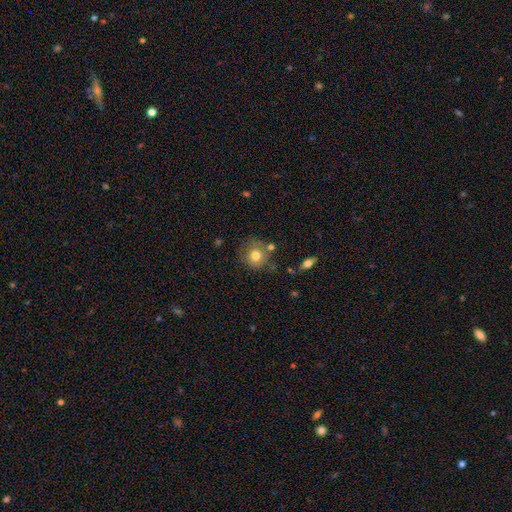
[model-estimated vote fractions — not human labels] Q: Smooth or featured?
A: smooth (75%); runner-up: featured or disk (16%)
Q: How rounded?
A: round (87%); runner-up: in between (12%)
Q: Merging?
A: none (67%); runner-up: minor disturbance (18%)